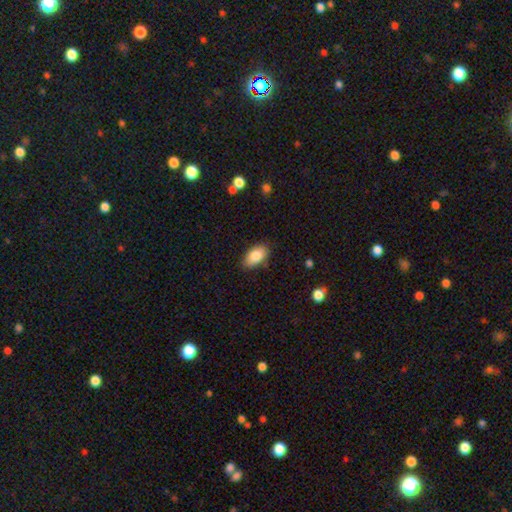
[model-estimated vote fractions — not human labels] smooth 85%, featured or disk 8%, star or artifact 7%. Down the decision tree: how rounded — in between (93%); merging — none (83%).